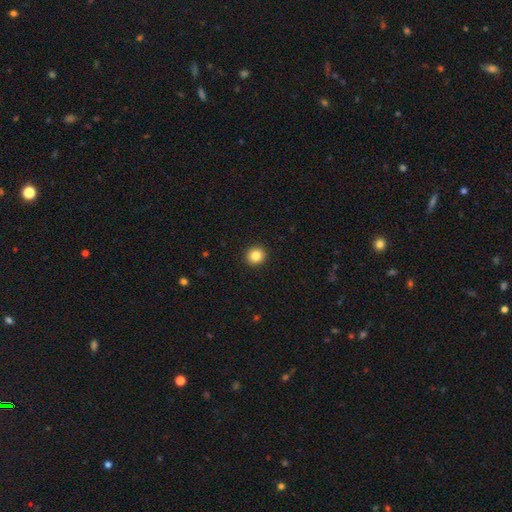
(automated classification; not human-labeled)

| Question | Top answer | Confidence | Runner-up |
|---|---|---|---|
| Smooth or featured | smooth | 85% | star or artifact (10%) |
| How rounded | round | 92% | in between (7%) |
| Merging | none | 93% | minor disturbance (4%) |